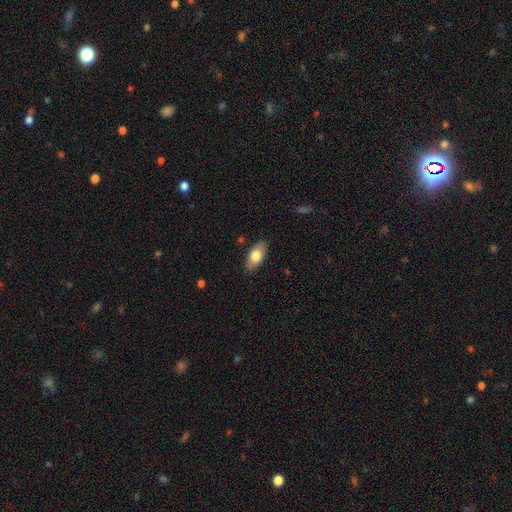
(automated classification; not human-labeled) This is likely a smooth galaxy (76%). How rounded: clearly in between (90%). Merging: clearly none (85%).